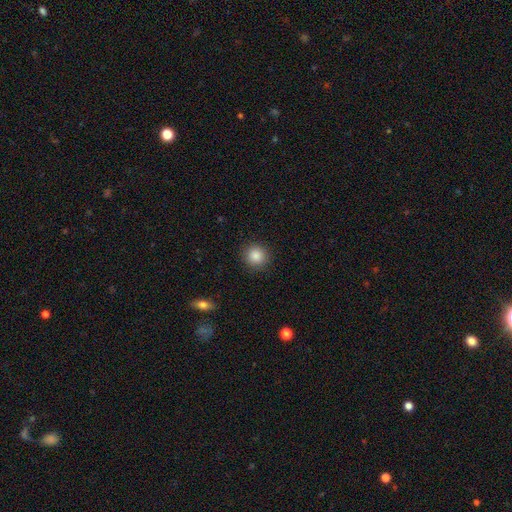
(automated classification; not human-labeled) A smooth galaxy with no disk features (87%) that is round (94%). Merging: none (91%).